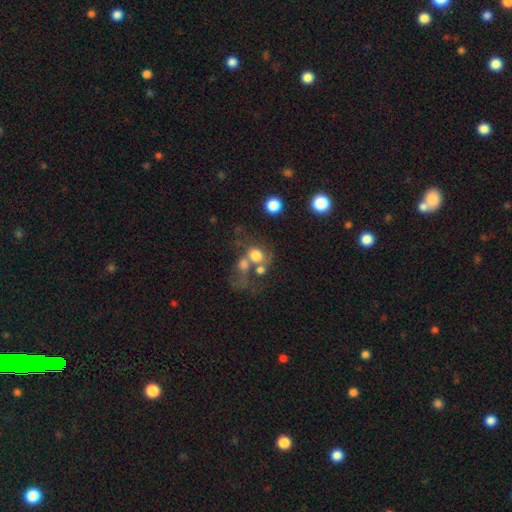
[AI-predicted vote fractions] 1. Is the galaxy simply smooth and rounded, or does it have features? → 67% smooth, 20% featured or disk, 13% star or artifact.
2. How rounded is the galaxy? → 65% round, 34% in between, 1% cigar-shaped.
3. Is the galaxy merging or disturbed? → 47% merger, 27% none, 16% major disturbance, 10% minor disturbance.